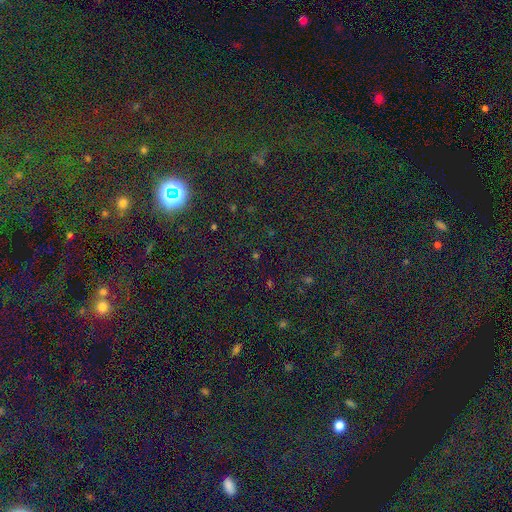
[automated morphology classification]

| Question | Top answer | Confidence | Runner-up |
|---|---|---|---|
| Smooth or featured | star or artifact | 76% | smooth (16%) |